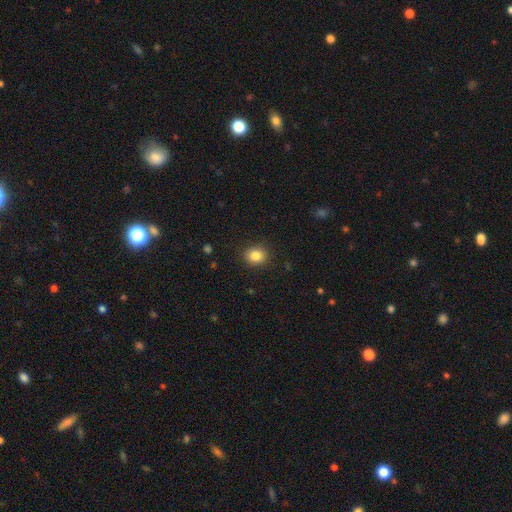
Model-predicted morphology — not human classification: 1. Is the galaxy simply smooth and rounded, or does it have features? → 85% smooth, 10% star or artifact, 5% featured or disk.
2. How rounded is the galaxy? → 69% round, 31% in between, 1% cigar-shaped.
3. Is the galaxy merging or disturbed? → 88% none, 8% minor disturbance, 3% major disturbance, 1% merger.